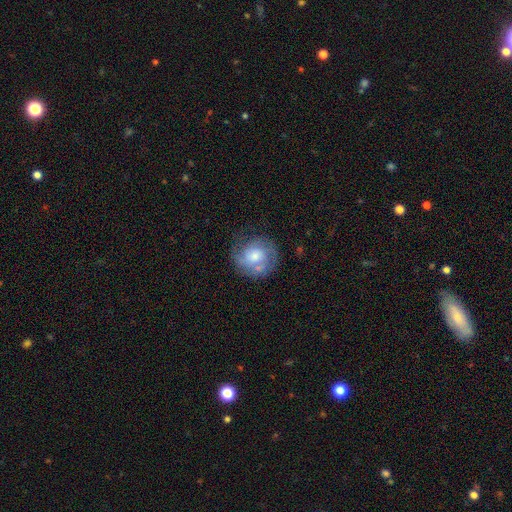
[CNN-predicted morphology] A featured or disk galaxy (57%) with no bar (74%), spiral arms (79%) and a moderate central bulge (54%).

Vote fractions:
- Smooth or featured? featured or disk: 57% / smooth: 34% / star or artifact: 8%
- Edge-on disk? no: 97% / yes: 3%
- Bar? no: 74% / weak: 22% / strong: 4%
- Spiral arms? yes: 79% / no: 21%
- Bulge size? moderate: 54% / small: 26% / large: 14% / none: 4% / dominant: 2%
- Merging? none: 65% / minor disturbance: 20% / major disturbance: 11% / merger: 5%